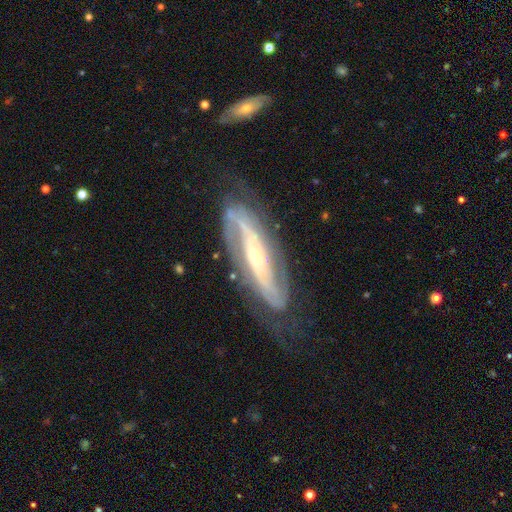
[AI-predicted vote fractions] smooth-or-featured: featured or disk: 88% | smooth: 7% | star or artifact: 5%
  disk-edge-on: no: 87% | yes: 13%
    bar: no: 39% | strong: 36% | weak: 25%
    has-spiral-arms: yes: 94% | no: 6%
      spiral-winding: tight: 42% | medium: 40% | loose: 18%
      spiral-arm-count: 2: 79% | can't tell: 11% | 3: 4% | 1: 2% | 4: 2% | more than 4: 2%
    bulge-size: small: 62% | moderate: 34% | large: 2% | none: 1% | dominant: 1%
  merging: none: 71% | minor disturbance: 18% | major disturbance: 9% | merger: 2%